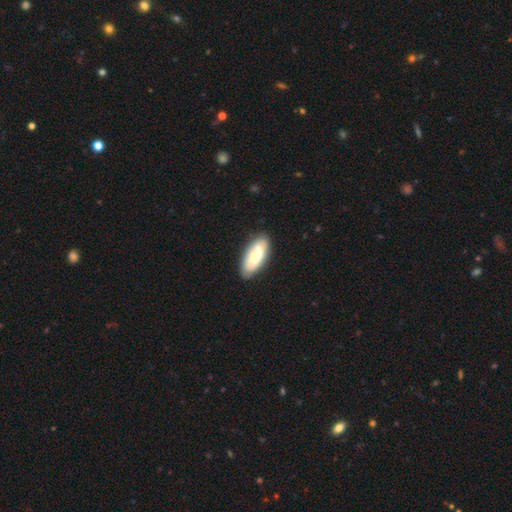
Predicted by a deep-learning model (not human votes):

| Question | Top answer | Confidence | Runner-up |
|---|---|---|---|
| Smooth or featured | smooth | 70% | featured or disk (25%) |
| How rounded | in between | 82% | cigar-shaped (17%) |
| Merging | none | 82% | minor disturbance (13%) |